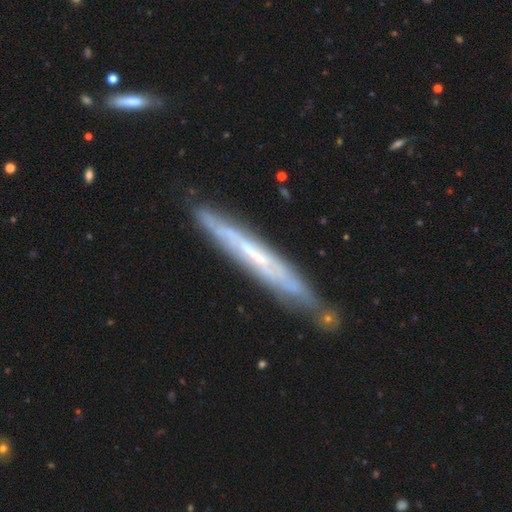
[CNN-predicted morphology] smooth-or-featured: featured or disk: 71% | smooth: 23% | star or artifact: 6%
  disk-edge-on: yes: 78% | no: 22%
    edge-on-bulge: none: 73% | rounded: 23% | boxy: 5%
  merging: none: 77% | minor disturbance: 16% | merger: 4% | major disturbance: 3%